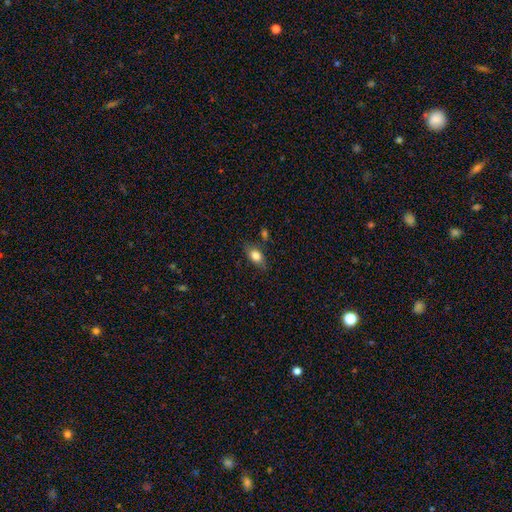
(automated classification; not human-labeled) A smooth galaxy with no disk features (79%) that is in between round and cigar-shaped (82%).

Vote fractions:
- Smooth or featured? smooth: 79% / featured or disk: 13% / star or artifact: 8%
- How rounded? in between: 82% / round: 13% / cigar-shaped: 5%
- Merging? none: 73% / minor disturbance: 19% / merger: 4% / major disturbance: 4%